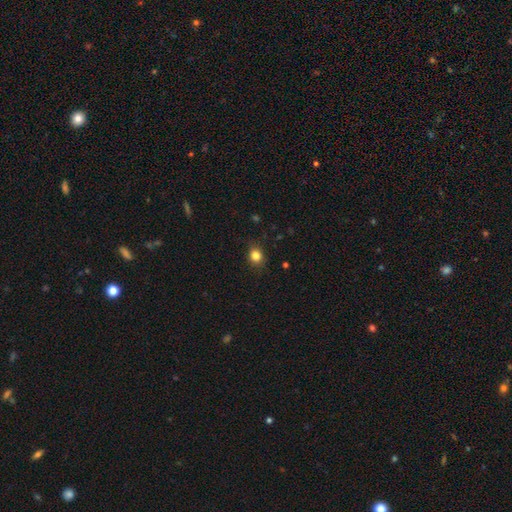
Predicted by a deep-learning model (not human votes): Overall: smooth (82%). How rounded: round (72%). Merging: none (85%).